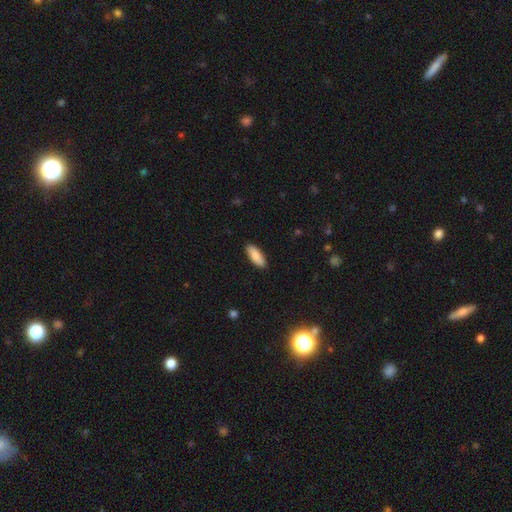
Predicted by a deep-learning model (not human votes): Q: Smooth or featured?
A: smooth (87%); runner-up: featured or disk (7%)
Q: How rounded?
A: in between (69%); runner-up: cigar-shaped (29%)
Q: Merging?
A: none (89%); runner-up: minor disturbance (8%)